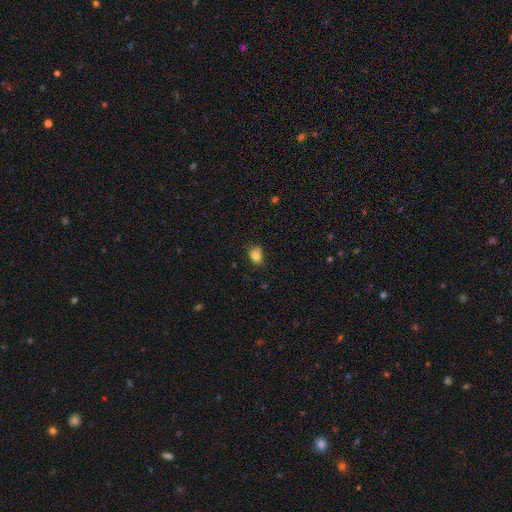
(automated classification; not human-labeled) smooth-or-featured: smooth: 82% | star or artifact: 11% | featured or disk: 8%
  how-rounded: in between: 66% | round: 33% | cigar-shaped: 1%
  merging: none: 71% | minor disturbance: 21% | major disturbance: 4% | merger: 4%